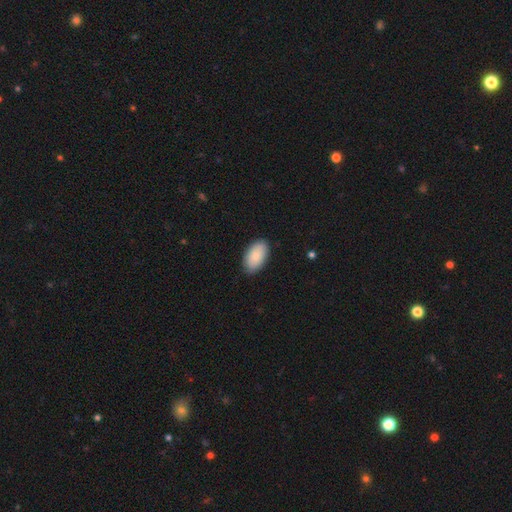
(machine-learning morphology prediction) The model was most divided on "merging": none: 86%, minor disturbance: 11%, major disturbance: 2%, merger: 1%. More confident: how rounded — in between (96%); smooth or featured — smooth (89%).